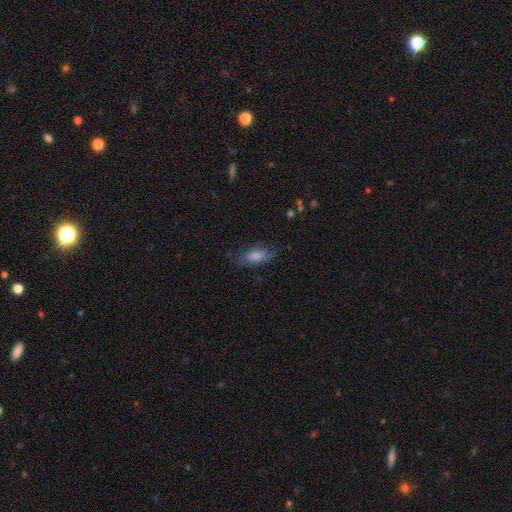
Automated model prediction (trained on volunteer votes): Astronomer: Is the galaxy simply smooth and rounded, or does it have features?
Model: smooth — 67%.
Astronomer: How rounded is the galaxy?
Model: in between — 74%.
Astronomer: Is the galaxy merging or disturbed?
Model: none — 73%.